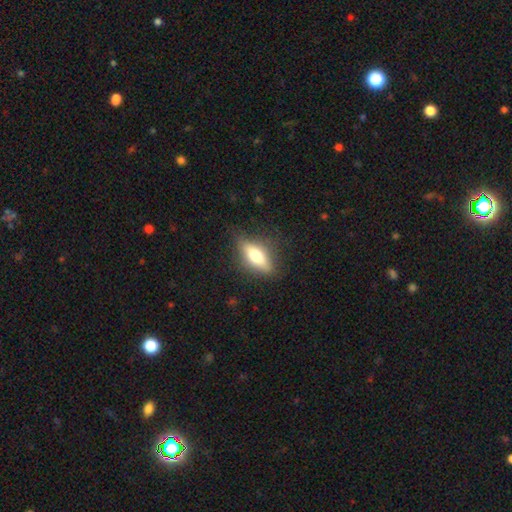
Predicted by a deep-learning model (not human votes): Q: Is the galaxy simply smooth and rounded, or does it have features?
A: smooth — 58%.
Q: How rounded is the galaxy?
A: in between — 64%.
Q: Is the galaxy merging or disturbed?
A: none — 79%.